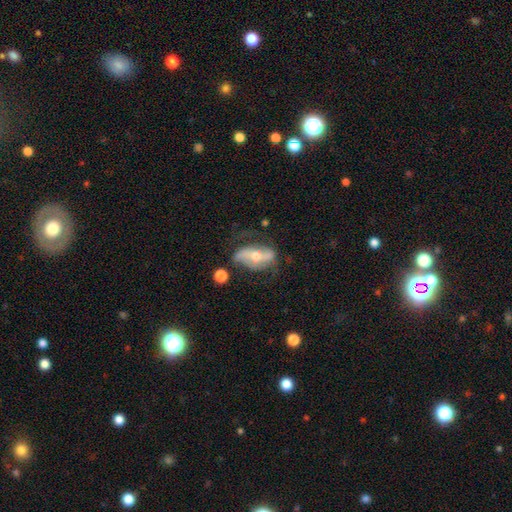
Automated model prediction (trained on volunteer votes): smooth_or_featured: featured or disk (p=0.65) [alt: smooth p=0.28]
disk_edge_on: no (p=0.89) [alt: yes p=0.11]
bar: no (p=0.45) [alt: strong p=0.28]
has_spiral_arms: yes (p=0.76) [alt: no p=0.24]
bulge_size: moderate (p=0.52) [alt: small p=0.43]
merging: none (p=0.48) [alt: minor disturbance p=0.27]